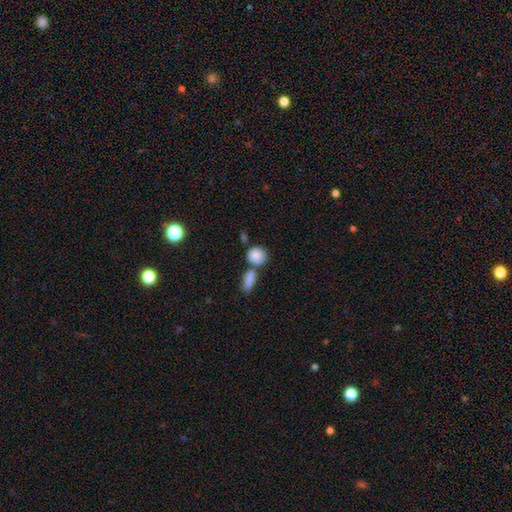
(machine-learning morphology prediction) This appears to be a smooth galaxy with no disk features (86%) that is round (70%). Merging: none (53%).